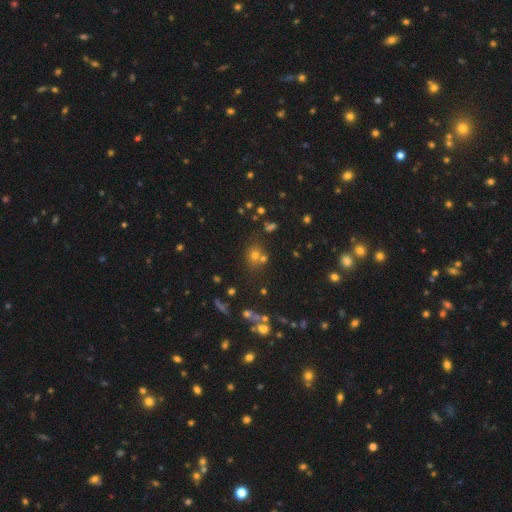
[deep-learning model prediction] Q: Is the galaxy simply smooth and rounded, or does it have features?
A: smooth — 60%.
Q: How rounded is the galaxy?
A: round — 67%.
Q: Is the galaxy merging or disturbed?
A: none — 58%.